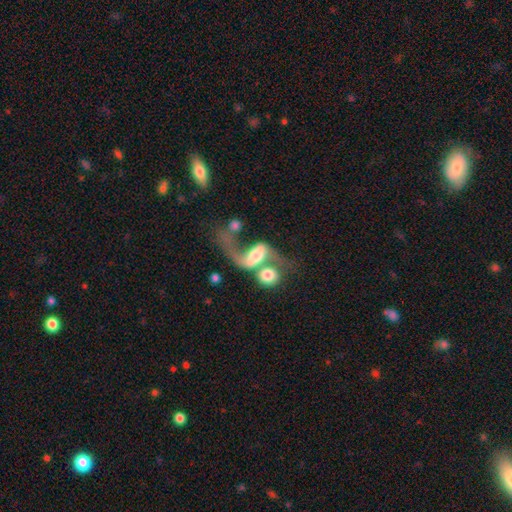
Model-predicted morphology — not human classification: A featured or disk galaxy (65%) with no bar (37%), 2 (64%) loose (88%) spiral arms (83%) and a moderate central bulge (37%). Merging: merger (58%).